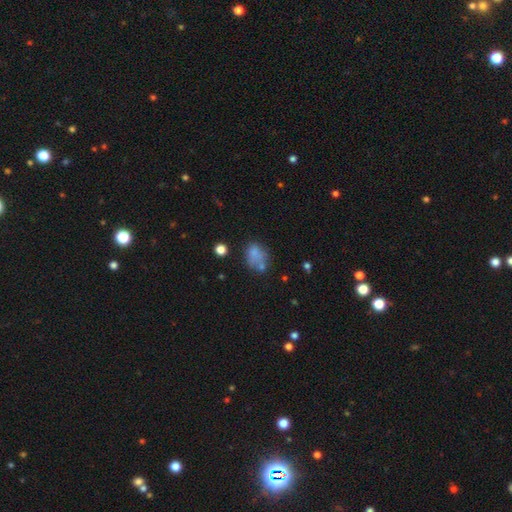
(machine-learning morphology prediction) This appears to be a smooth galaxy with no disk features (69%) that is in between round and cigar-shaped (63%). Merging: none (45%).